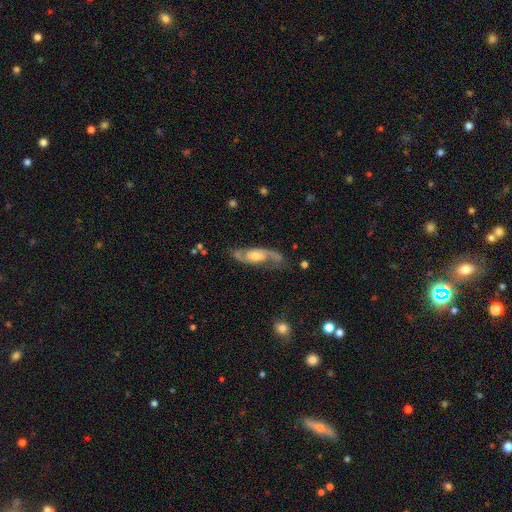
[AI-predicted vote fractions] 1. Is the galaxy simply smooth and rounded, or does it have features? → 82% featured or disk, 12% smooth, 6% star or artifact.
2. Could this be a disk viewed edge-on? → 88% no, 12% yes.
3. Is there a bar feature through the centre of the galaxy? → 59% no, 31% weak, 10% strong.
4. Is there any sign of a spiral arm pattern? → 92% yes, 8% no.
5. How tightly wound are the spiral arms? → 47% medium, 35% loose, 19% tight.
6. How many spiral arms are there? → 87% 2, 6% can't tell, 3% 1, 1% 3, 1% 4, 1% more than 4.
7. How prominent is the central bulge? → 59% moderate, 26% small, 11% large, 2% none, 1% dominant.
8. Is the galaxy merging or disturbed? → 70% none, 18% minor disturbance, 10% major disturbance, 2% merger.